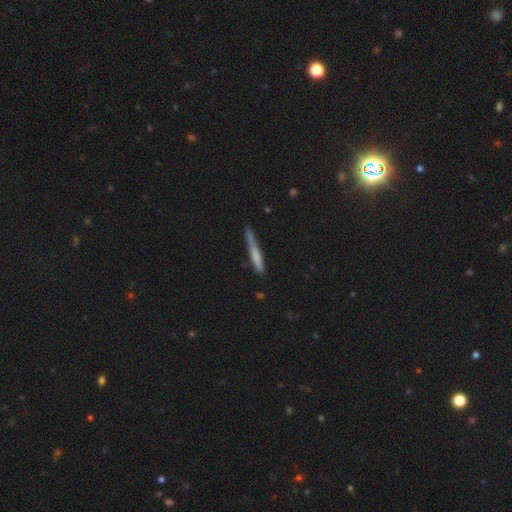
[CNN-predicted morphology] Overall: smooth (67%; featured or disk 27%). How rounded: cigar-shaped (95%). Merging: none (65%).